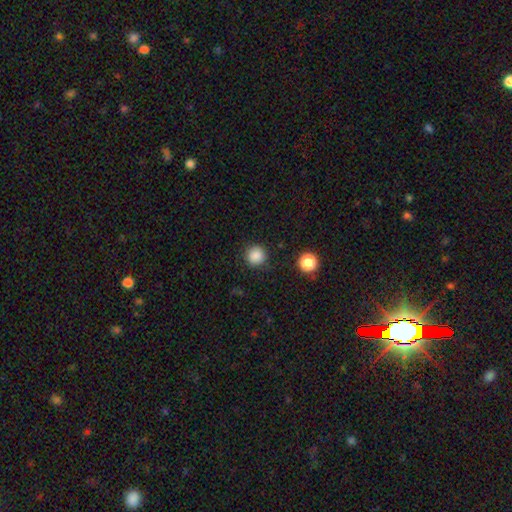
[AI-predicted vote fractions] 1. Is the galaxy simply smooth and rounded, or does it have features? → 86% smooth, 11% star or artifact, 3% featured or disk.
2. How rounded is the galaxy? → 94% round, 5% in between, 1% cigar-shaped.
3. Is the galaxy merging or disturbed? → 88% none, 7% minor disturbance, 3% major disturbance, 2% merger.